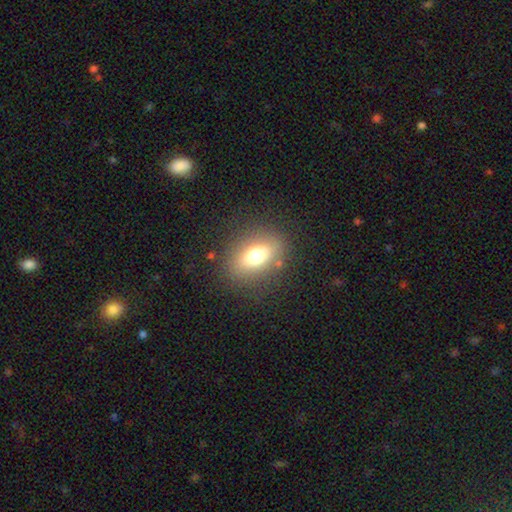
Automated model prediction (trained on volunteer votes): A smooth galaxy with no disk features (69%) that is in between round and cigar-shaped (74%).

Vote fractions:
- Smooth or featured? smooth: 69% / featured or disk: 19% / star or artifact: 12%
- How rounded? in between: 74% / round: 22% / cigar-shaped: 4%
- Merging? none: 82% / minor disturbance: 11% / major disturbance: 5% / merger: 2%